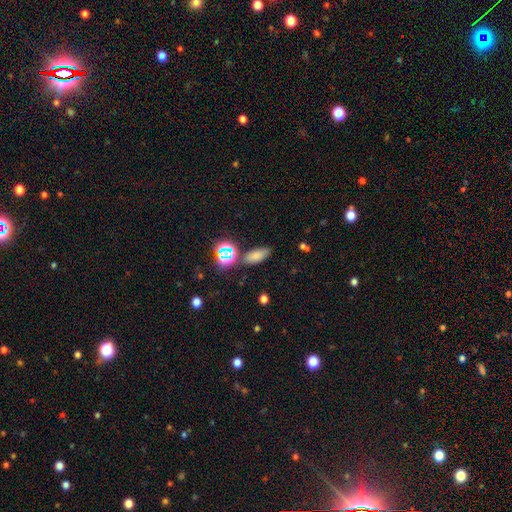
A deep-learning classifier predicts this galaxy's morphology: Q: Smooth or featured?
A: smooth (72%); runner-up: star or artifact (20%)
Q: How rounded?
A: in between (81%); runner-up: cigar-shaped (12%)
Q: Merging?
A: none (76%); runner-up: minor disturbance (13%)